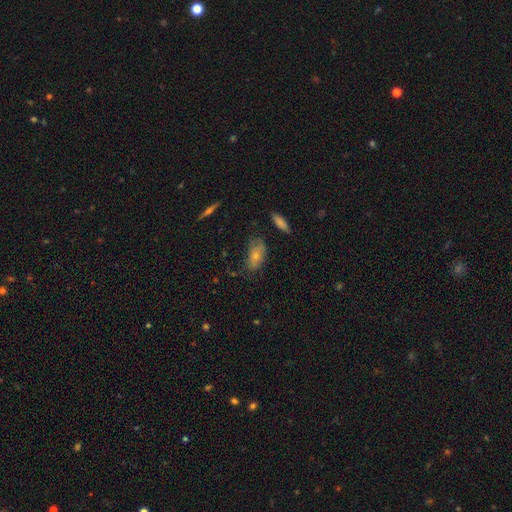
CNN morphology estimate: A smooth galaxy with no disk features (68%) that is in between round and cigar-shaped (88%).

Vote fractions:
- Smooth or featured? smooth: 68% / featured or disk: 23% / star or artifact: 8%
- How rounded? in between: 88% / cigar-shaped: 7% / round: 5%
- Merging? none: 51% / minor disturbance: 34% / major disturbance: 12% / merger: 3%